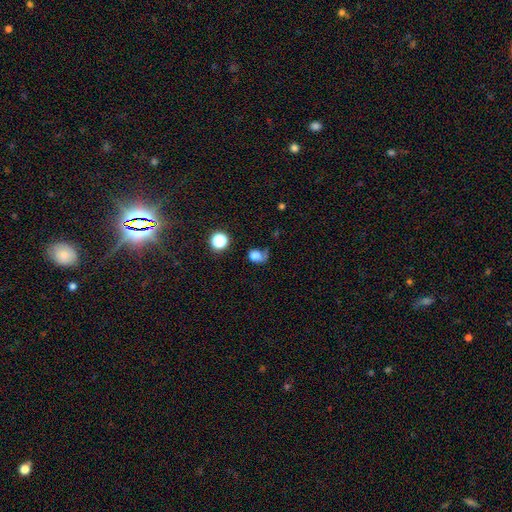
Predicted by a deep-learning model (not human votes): Smooth or featured? Predicted: smooth (p=0.71). How rounded? Predicted: in between (p=0.55). Merging? Predicted: none (p=0.35).